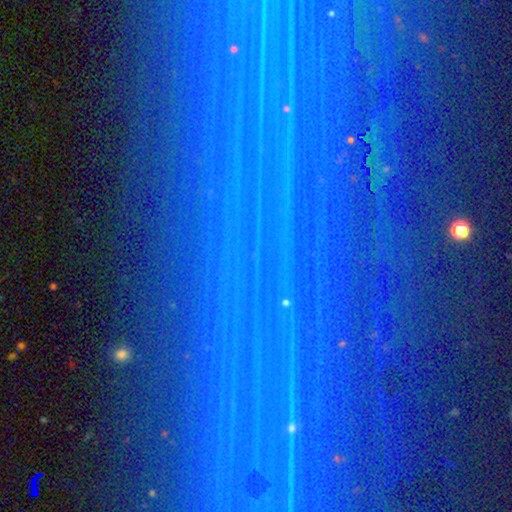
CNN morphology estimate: A star or artifact, not a galaxy (83%).